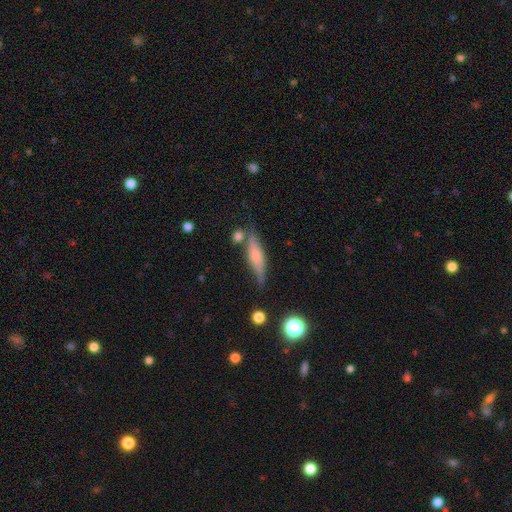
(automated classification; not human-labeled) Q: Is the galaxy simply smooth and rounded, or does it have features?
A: featured or disk — 50%.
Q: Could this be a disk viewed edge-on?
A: yes — 93%.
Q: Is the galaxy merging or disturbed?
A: none — 71%.